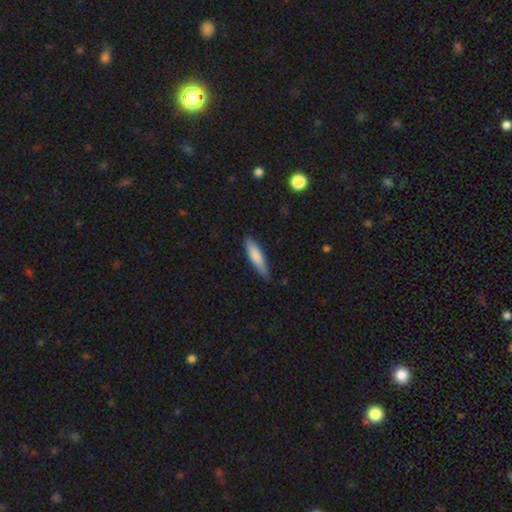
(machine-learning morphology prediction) smooth-or-featured: smooth: 79% | featured or disk: 16% | star or artifact: 5%
  how-rounded: cigar-shaped: 74% | in between: 24% | round: 1%
  merging: none: 79% | minor disturbance: 17% | major disturbance: 3% | merger: 1%